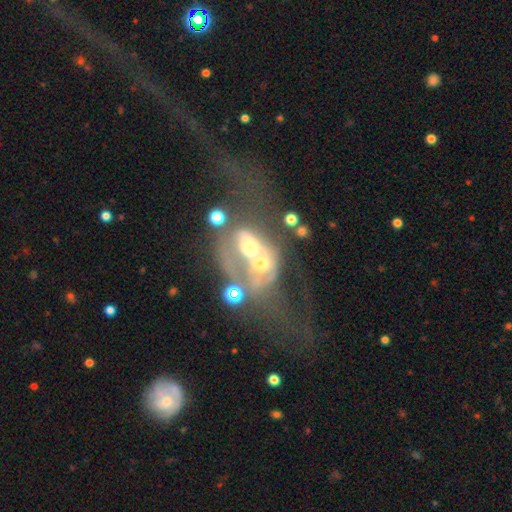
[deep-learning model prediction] Smooth or featured?
  - featured or disk: 65% *
  - smooth: 21%
  - star or artifact: 14%
Edge-on disk?
  - no: 94% *
  - yes: 6%
Bar?
  - no: 78% *
  - weak: 15%
  - strong: 7%
Spiral arms?
  - no: 69% *
  - yes: 31%
Bulge size?
  - moderate: 59% *
  - small: 18%
  - large: 13%
  - none: 6%
  - dominant: 3%
Merging?
  - merger: 54% *
  - major disturbance: 27%
  - none: 12%
  - minor disturbance: 7%